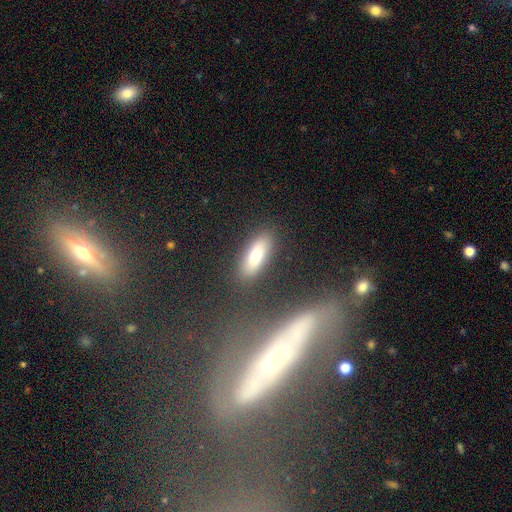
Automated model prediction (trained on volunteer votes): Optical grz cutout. It shows a smooth galaxy with no disk features (73%) that is in between round and cigar-shaped (67%). Merging: none (84%).